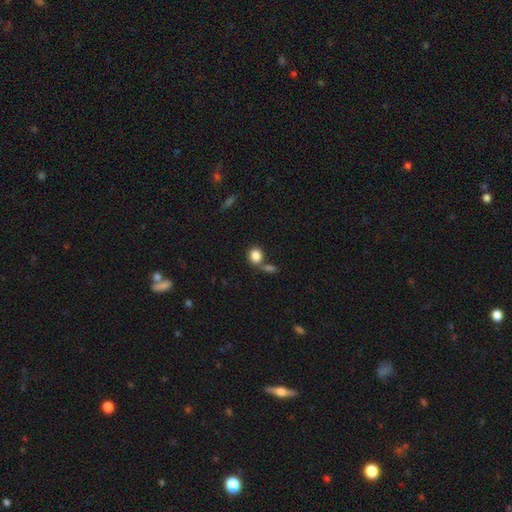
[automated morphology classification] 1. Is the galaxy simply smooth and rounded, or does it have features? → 85% smooth, 9% star or artifact, 6% featured or disk.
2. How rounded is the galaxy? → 61% round, 38% in between, 2% cigar-shaped.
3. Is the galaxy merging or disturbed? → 54% none, 29% merger, 12% minor disturbance, 5% major disturbance.